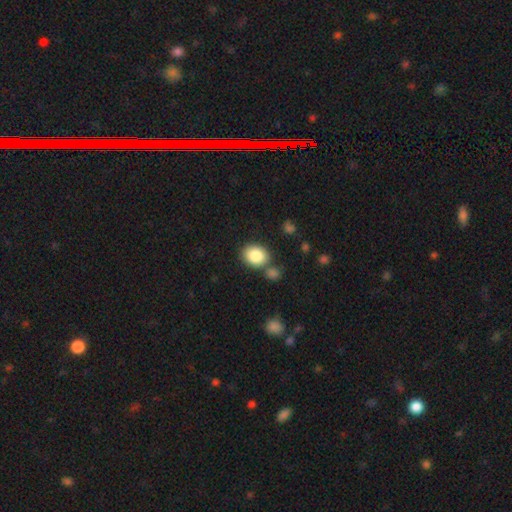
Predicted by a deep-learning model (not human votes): Smooth or featured? smooth (85%)
How rounded? in between (52%)
Merging? none (72%)